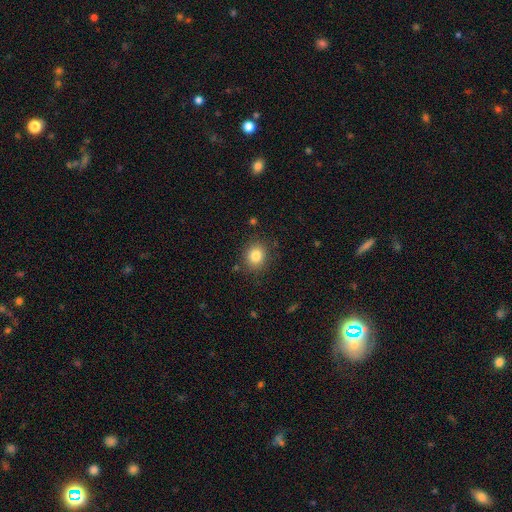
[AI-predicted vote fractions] Overall: smooth (82%). How rounded: round (77%). Merging: none (86%).